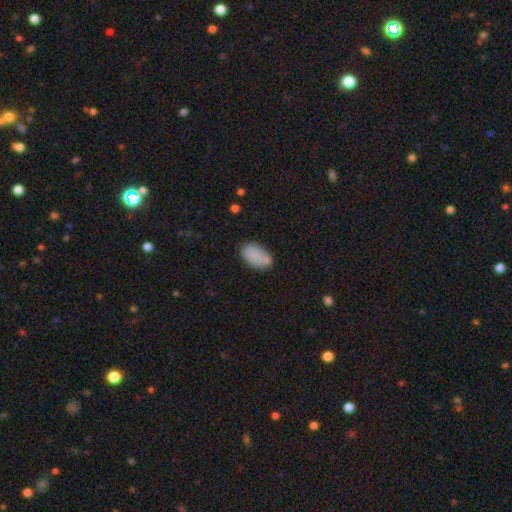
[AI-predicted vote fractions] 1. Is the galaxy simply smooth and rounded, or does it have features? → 83% smooth, 9% featured or disk, 8% star or artifact.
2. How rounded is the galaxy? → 92% in between, 6% round, 2% cigar-shaped.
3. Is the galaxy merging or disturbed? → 65% none, 19% minor disturbance, 11% merger, 5% major disturbance.